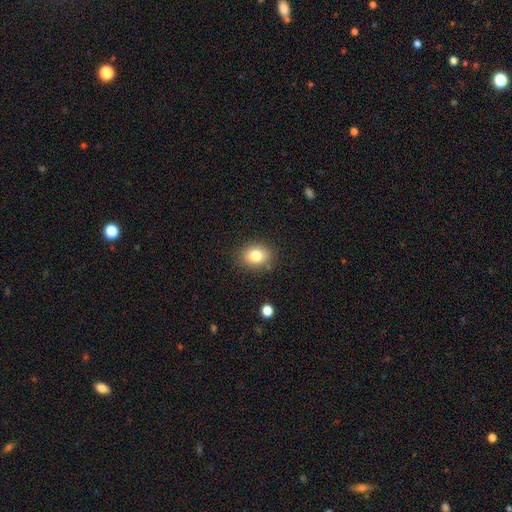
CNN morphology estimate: smooth-or-featured: smooth: 80% | star or artifact: 11% | featured or disk: 9%
  how-rounded: round: 50% | in between: 49% | cigar-shaped: 1%
  merging: none: 85% | minor disturbance: 10% | major disturbance: 3% | merger: 2%